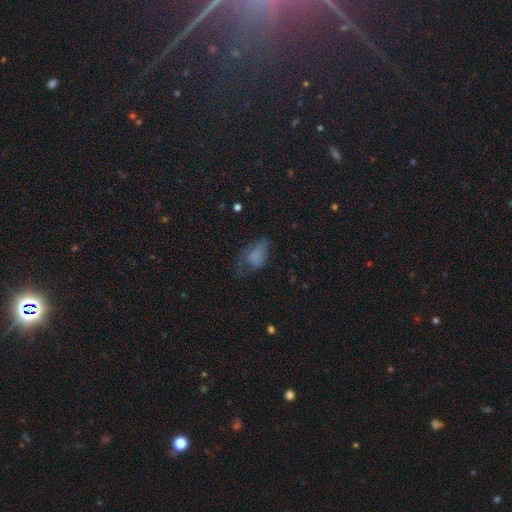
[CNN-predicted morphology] This is likely a smooth galaxy (65%). How rounded: clearly in between (88%). Merging: marginally major disturbance (38%).